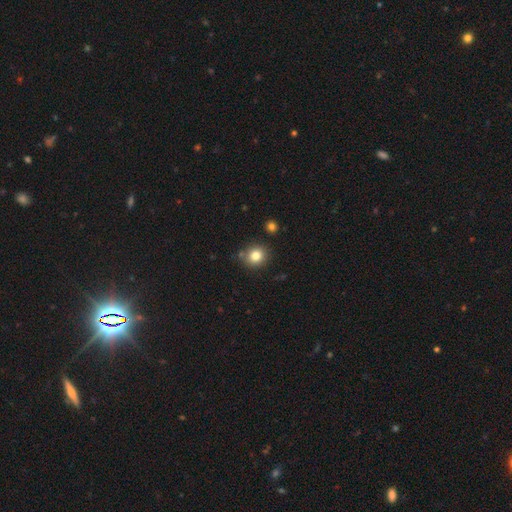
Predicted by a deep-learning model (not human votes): Overall: smooth (82%). How rounded: round (82%). Merging: none (81%).